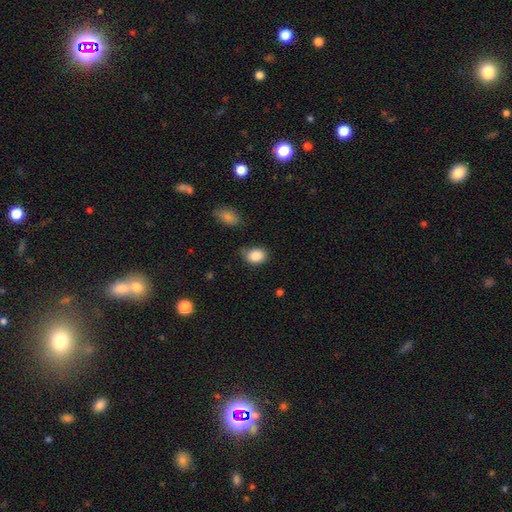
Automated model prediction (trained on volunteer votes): Smooth or featured?
  - smooth: 88% *
  - star or artifact: 8%
  - featured or disk: 4%
How rounded?
  - in between: 65% *
  - round: 34%
  - cigar-shaped: 1%
Merging?
  - none: 69% *
  - minor disturbance: 24%
  - major disturbance: 5%
  - merger: 3%